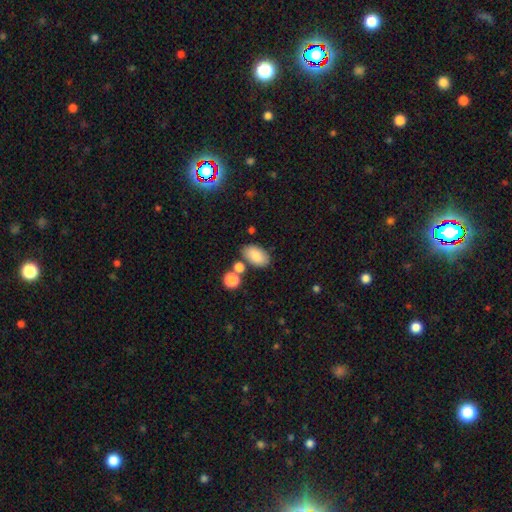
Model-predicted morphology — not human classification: Overall: smooth (82%). How rounded: in between (91%). Merging: none (73%).